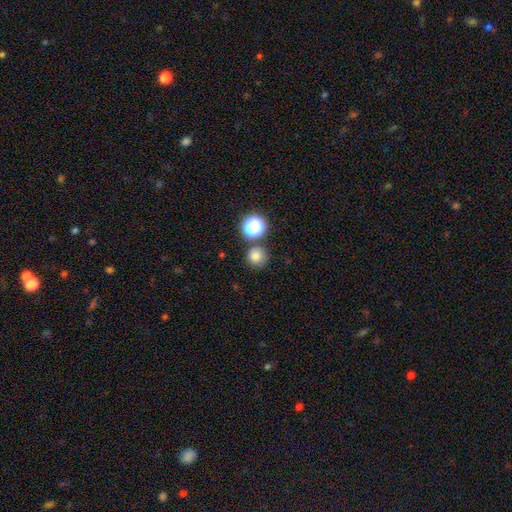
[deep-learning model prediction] This appears to be a smooth galaxy with no disk features (78%) that is round (93%). Merging: none (78%).